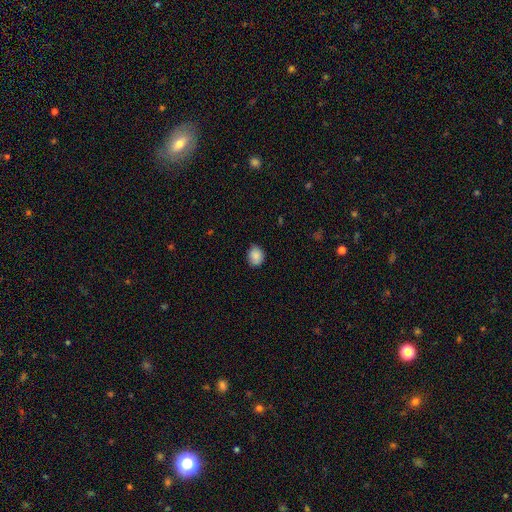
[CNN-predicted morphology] smooth 88%, star or artifact 8%, featured or disk 4%. Down the decision tree: how rounded — round (59%); merging — none (82%).